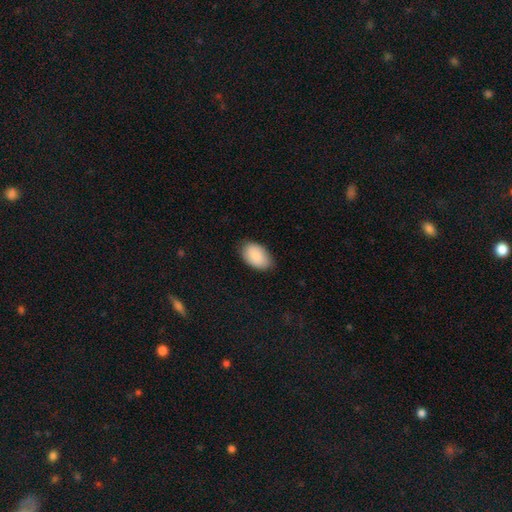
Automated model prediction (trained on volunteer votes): smooth 89%, featured or disk 6%, star or artifact 6%. Down the decision tree: how rounded — in between (94%); merging — none (80%).